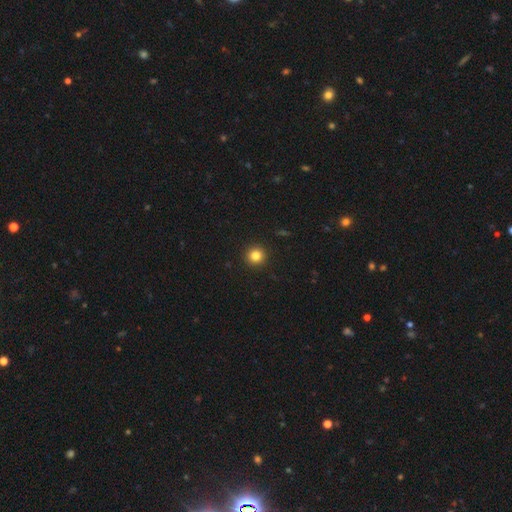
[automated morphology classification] Smooth or featured: smooth — 83% (star or artifact — 12%)
How rounded: round — 95% (in between — 4%)
Merging: none — 93% (minor disturbance — 4%)